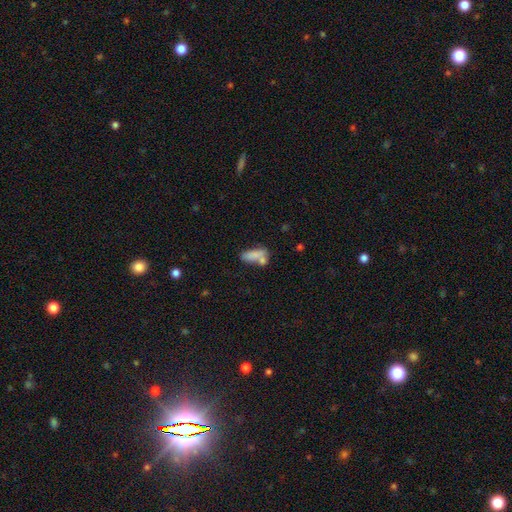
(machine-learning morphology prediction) smooth-or-featured: smooth: 76% | featured or disk: 14% | star or artifact: 9%
  how-rounded: in between: 73% | cigar-shaped: 23% | round: 4%
  merging: merger: 39% | none: 37% | minor disturbance: 16% | major disturbance: 8%